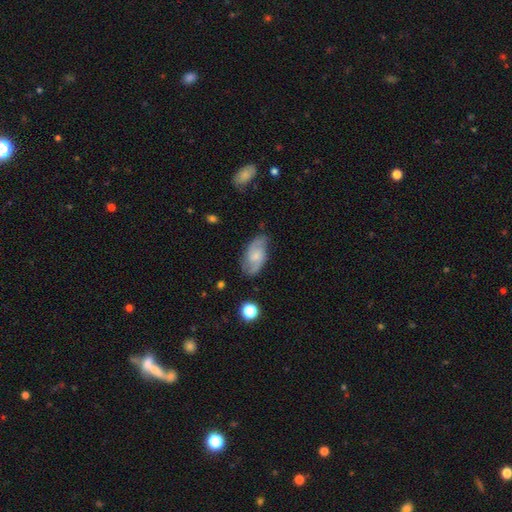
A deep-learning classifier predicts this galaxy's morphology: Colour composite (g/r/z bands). It shows a featured or disk galaxy (64%) with no bar (47%), 2 (85%) medium (49%) spiral arms (91%) and a small central bulge (50%). Merging: none (75%).